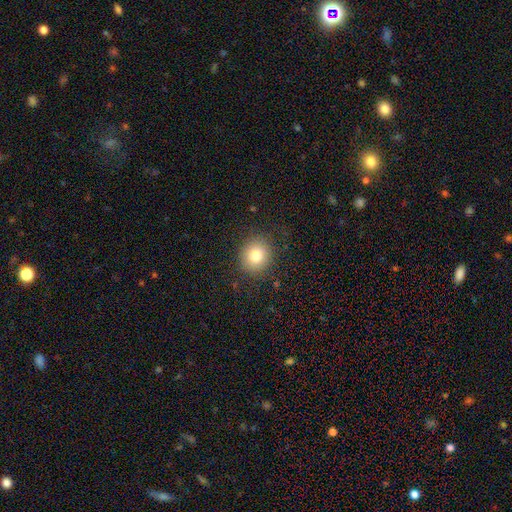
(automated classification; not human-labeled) A smooth galaxy with no disk features (79%) that is round (81%). Merging: none (86%).